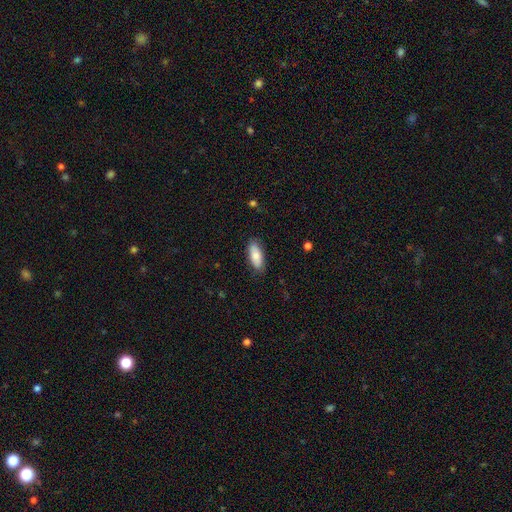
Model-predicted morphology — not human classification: Overall: smooth (80%). How rounded: in between (81%). Merging: none (84%).